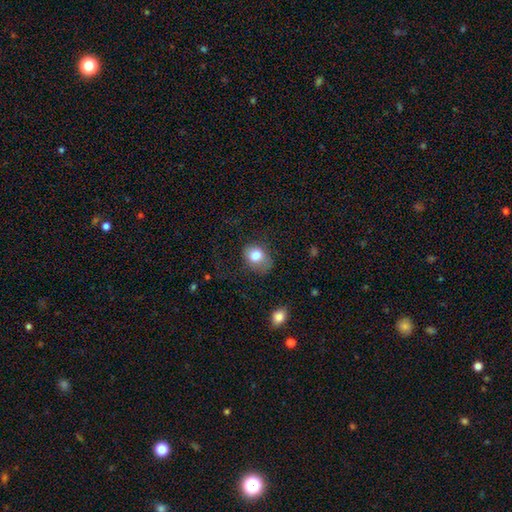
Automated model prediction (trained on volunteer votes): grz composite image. It shows a smooth galaxy with no disk features (80%) that is in between round and cigar-shaped (53%). Merging: none (54%).